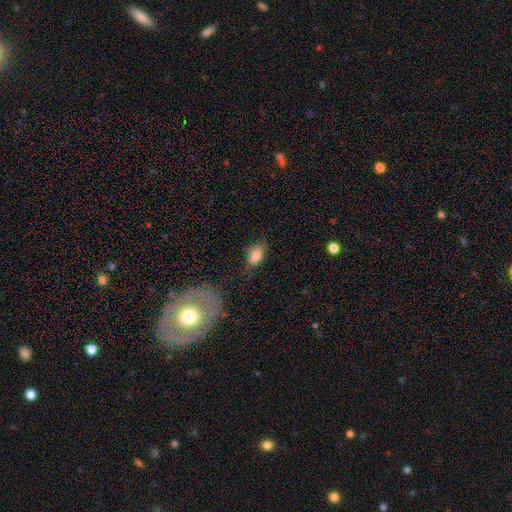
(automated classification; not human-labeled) Morphology: type=smooth (83%); roundness=in between (90%); merging=none (67%).